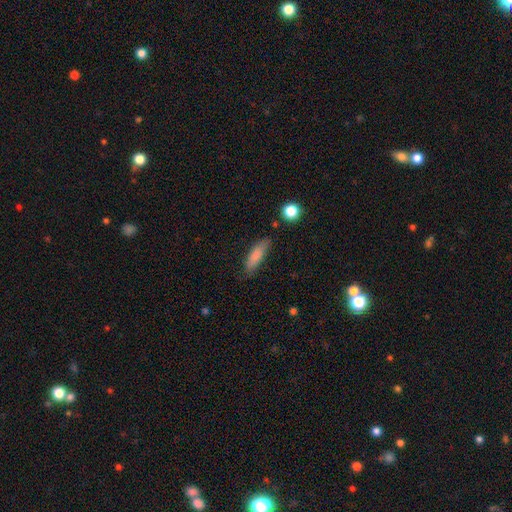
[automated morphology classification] type=smooth (83%); roundness=cigar-shaped (51%); merging=none (75%).